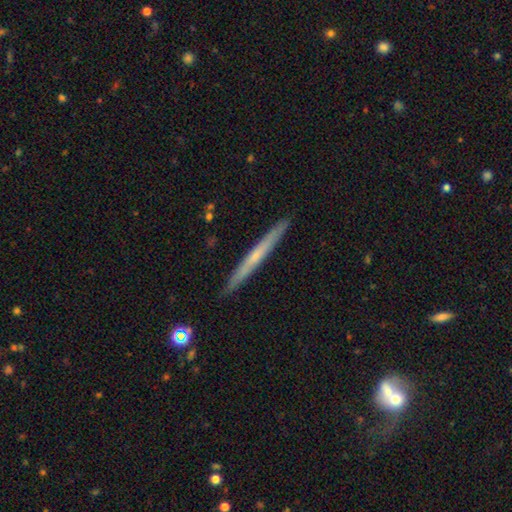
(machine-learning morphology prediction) Q: Smooth or featured?
A: featured or disk (53%); runner-up: smooth (41%)
Q: Edge-on disk?
A: yes (97%); runner-up: no (3%)
Q: Edge-on bulge?
A: none (72%); runner-up: rounded (25%)
Q: Merging?
A: none (92%); runner-up: minor disturbance (6%)